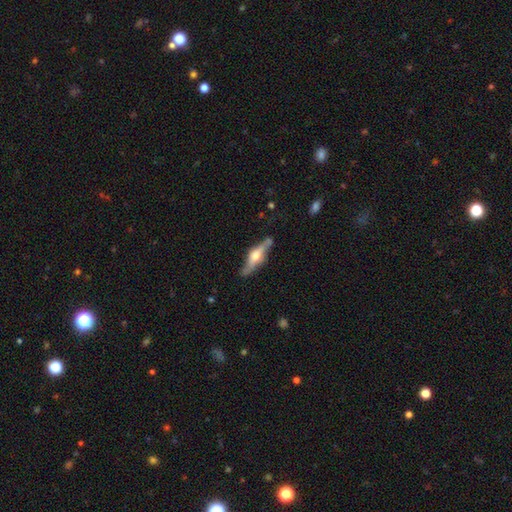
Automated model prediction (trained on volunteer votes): Smooth or featured: featured or disk — 67% (smooth — 27%)
Edge-on disk: yes — 90% (no — 10%)
Edge-on bulge: rounded — 92% (boxy — 6%)
Merging: none — 73% (minor disturbance — 19%)